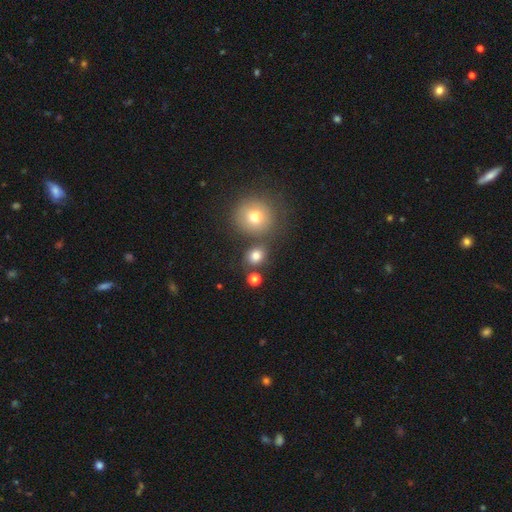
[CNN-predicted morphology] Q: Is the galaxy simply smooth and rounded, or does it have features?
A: smooth — 78%.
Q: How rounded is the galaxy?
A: round — 69%.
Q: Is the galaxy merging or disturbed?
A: none — 69%.